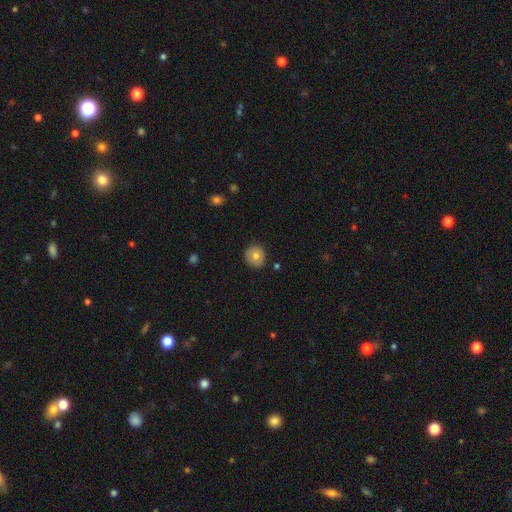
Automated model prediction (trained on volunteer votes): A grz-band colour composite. It shows a smooth galaxy with no disk features (74%) that is round (90%). Merging: none (87%).